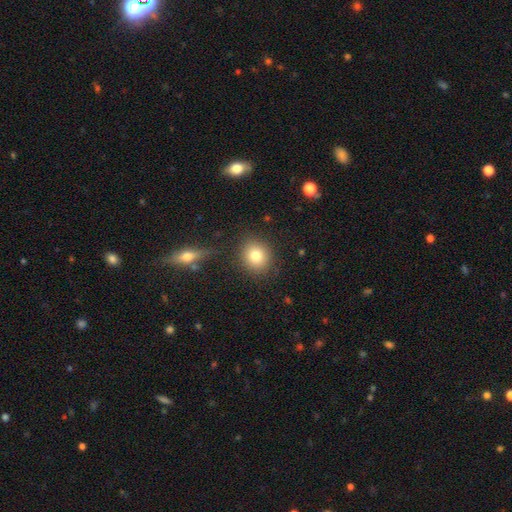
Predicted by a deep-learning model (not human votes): Q: Smooth or featured?
A: smooth (80%); runner-up: star or artifact (10%)
Q: How rounded?
A: round (81%); runner-up: in between (18%)
Q: Merging?
A: none (85%); runner-up: minor disturbance (9%)